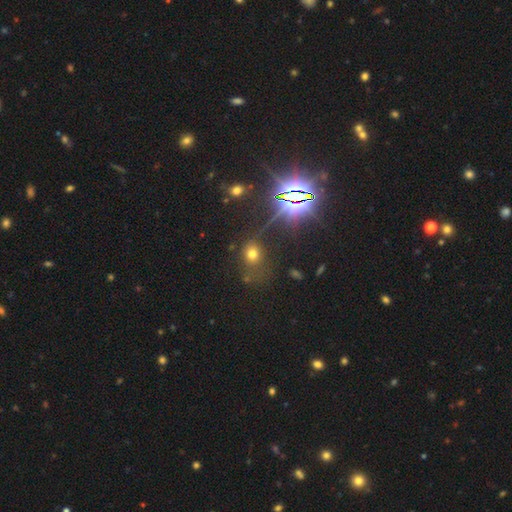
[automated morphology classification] Smooth or featured: smooth — 48% (star or artifact — 40%)
Merging: none — 65% (minor disturbance — 17%)